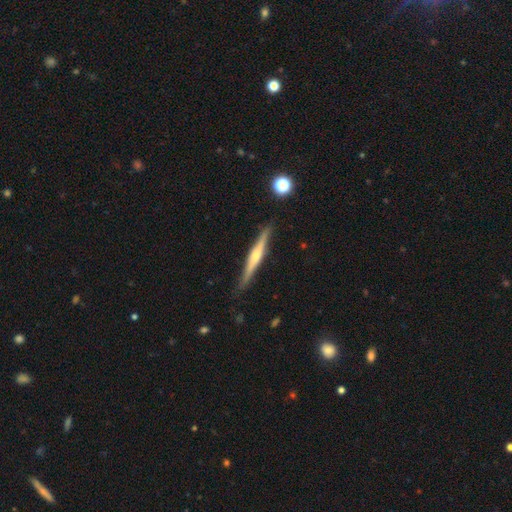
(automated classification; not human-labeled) Smooth or featured? featured or disk (68%)
Edge-on disk? yes (98%)
Edge-on bulge? rounded (77%)
Merging? none (88%)